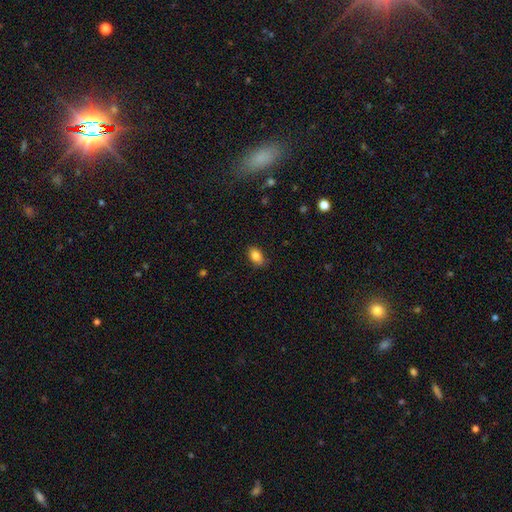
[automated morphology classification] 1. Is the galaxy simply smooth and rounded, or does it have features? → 86% smooth, 8% star or artifact, 6% featured or disk.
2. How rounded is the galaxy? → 87% in between, 12% round, 1% cigar-shaped.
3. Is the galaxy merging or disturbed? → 83% none, 13% minor disturbance, 3% major disturbance, 1% merger.